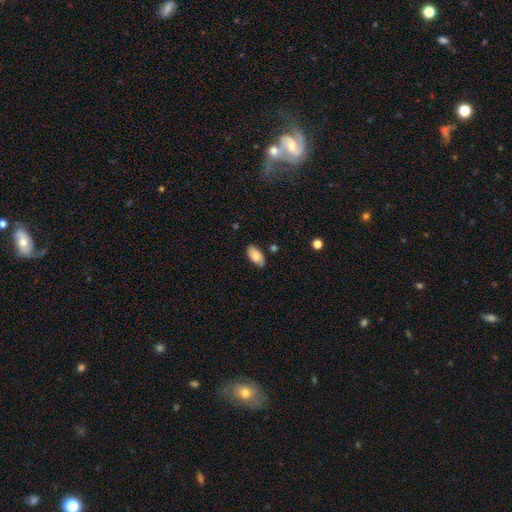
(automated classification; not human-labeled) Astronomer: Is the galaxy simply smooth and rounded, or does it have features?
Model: smooth — 81%.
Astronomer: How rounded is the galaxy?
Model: in between — 94%.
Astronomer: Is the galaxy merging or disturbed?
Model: none — 82%.